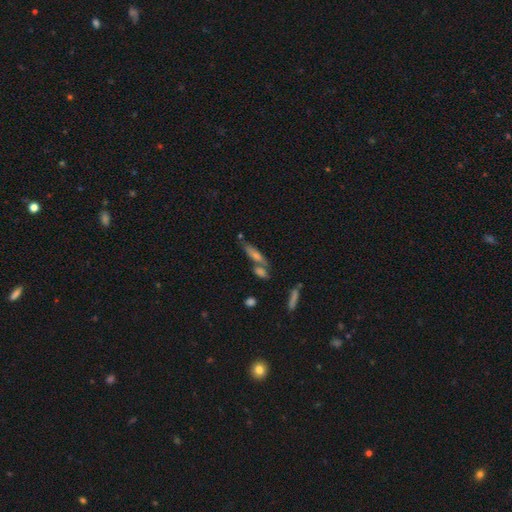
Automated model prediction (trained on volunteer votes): A smooth galaxy with no disk features (47%).

Vote fractions:
- Smooth or featured? smooth: 47% / featured or disk: 39% / star or artifact: 15%
- Merging? none: 56% / merger: 28% / minor disturbance: 12% / major disturbance: 5%